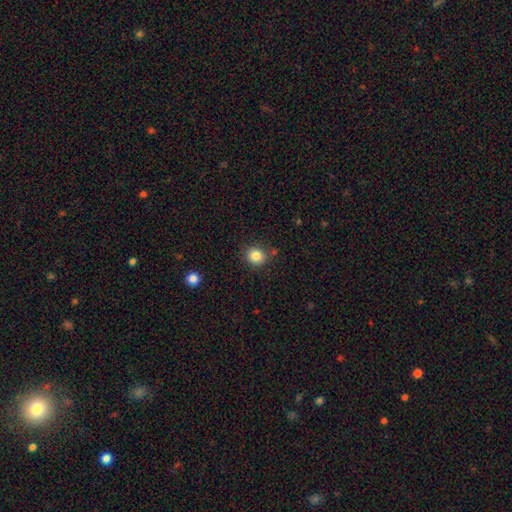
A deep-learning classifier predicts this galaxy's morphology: type=smooth (84%); roundness=round (83%); merging=none (84%).